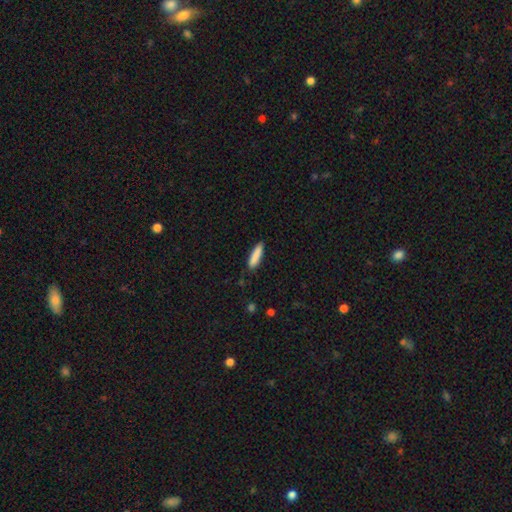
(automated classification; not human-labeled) Smooth or featured? Predicted: smooth (p=0.86). How rounded? Predicted: cigar-shaped (p=0.78). Merging? Predicted: none (p=0.86).